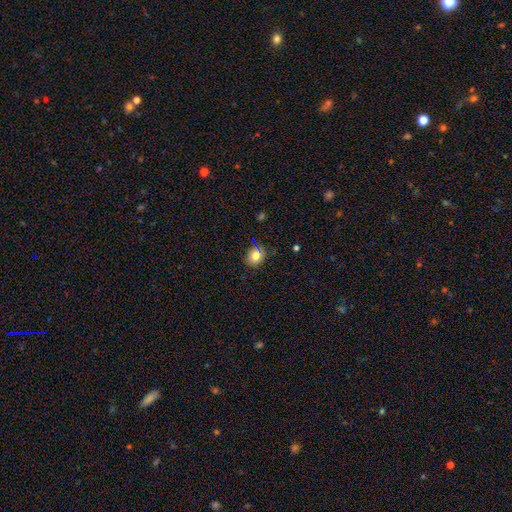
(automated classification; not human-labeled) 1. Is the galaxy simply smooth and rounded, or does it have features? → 74% smooth, 16% star or artifact, 10% featured or disk.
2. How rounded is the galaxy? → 71% round, 28% in between, 1% cigar-shaped.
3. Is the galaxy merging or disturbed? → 81% none, 13% minor disturbance, 4% major disturbance, 2% merger.